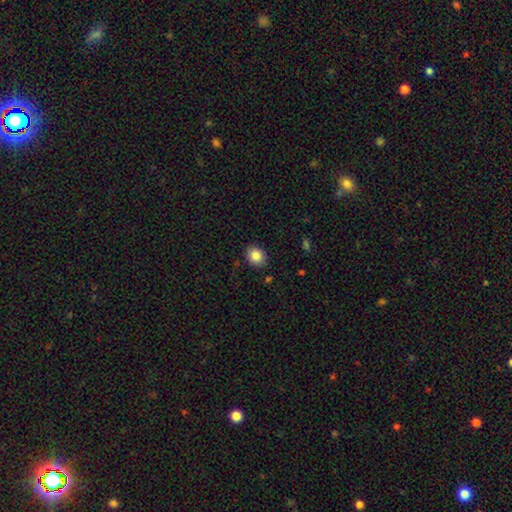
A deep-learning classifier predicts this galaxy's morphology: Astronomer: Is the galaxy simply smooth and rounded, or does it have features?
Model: smooth — 86%.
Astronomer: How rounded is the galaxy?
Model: round — 61% (runner-up: in between, 38%).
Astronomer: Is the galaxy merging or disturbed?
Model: none — 87%.